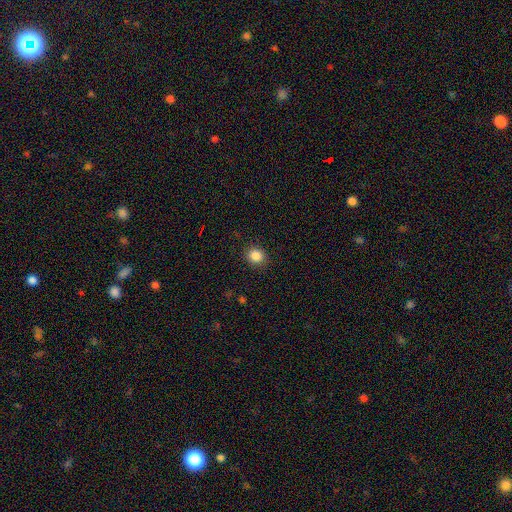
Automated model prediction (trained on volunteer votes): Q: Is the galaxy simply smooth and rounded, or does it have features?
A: smooth — 85%.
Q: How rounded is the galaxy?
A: round — 77%.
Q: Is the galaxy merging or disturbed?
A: none — 89%.